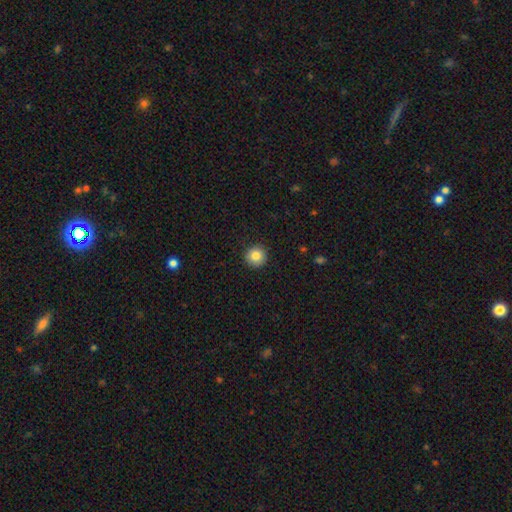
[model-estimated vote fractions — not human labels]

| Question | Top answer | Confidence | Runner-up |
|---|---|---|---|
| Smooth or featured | smooth | 84% | star or artifact (10%) |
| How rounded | round | 94% | in between (5%) |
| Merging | none | 92% | minor disturbance (5%) |